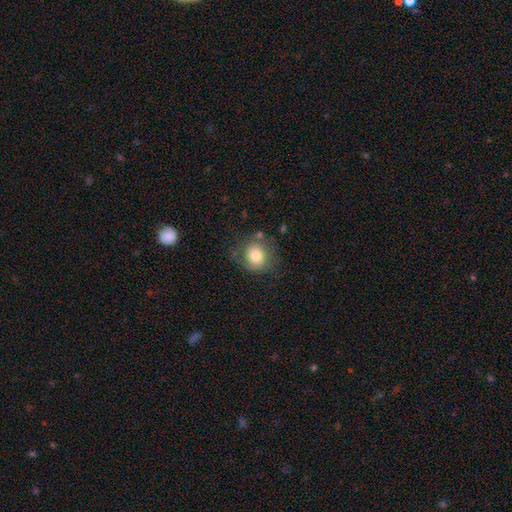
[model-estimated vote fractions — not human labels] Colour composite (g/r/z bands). It shows a smooth galaxy with no disk features (78%) that is round (79%). Merging: none (67%).